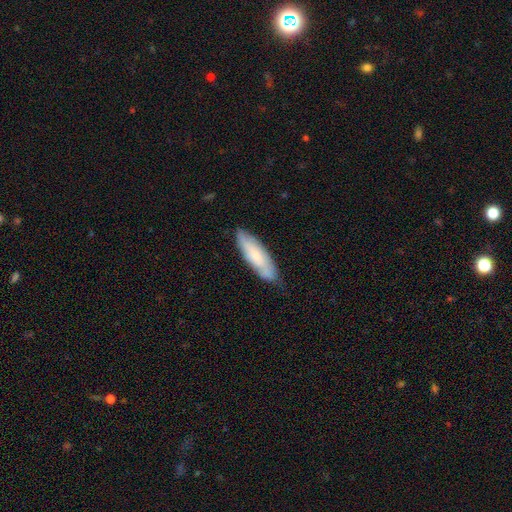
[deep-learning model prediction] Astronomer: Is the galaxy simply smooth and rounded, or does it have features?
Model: smooth — 61%.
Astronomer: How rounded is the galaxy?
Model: cigar-shaped — 52% (runner-up: in between, 47%).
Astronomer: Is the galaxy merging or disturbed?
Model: none — 77%.